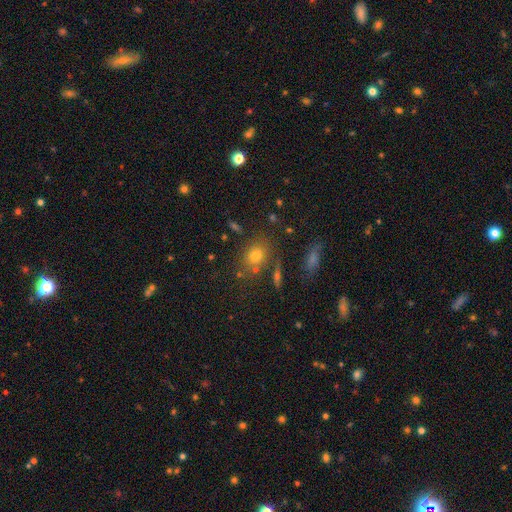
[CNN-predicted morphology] type=smooth (70%); roundness=round (54%); merging=none (73%).